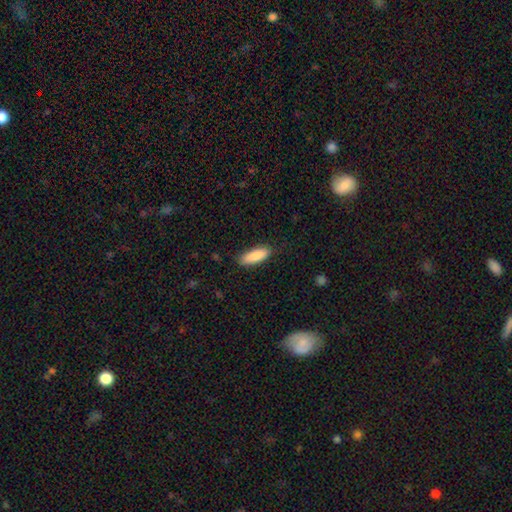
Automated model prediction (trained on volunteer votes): This is clearly a smooth galaxy (88%). How rounded: likely in between (60%). Merging: clearly none (85%).